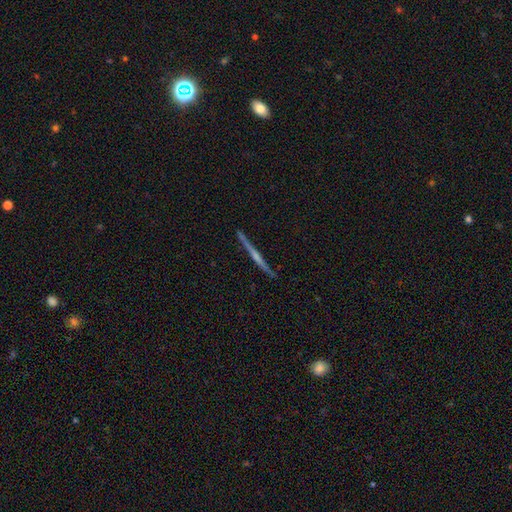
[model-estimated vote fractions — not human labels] A featured or disk galaxy (75%) viewed edge-on (98%) with a rounded central bulge (48%).

Vote fractions:
- Smooth or featured? featured or disk: 75% / smooth: 19% / star or artifact: 6%
- Edge-on disk? yes: 98% / no: 2%
- Edge-on bulge? rounded: 48% / none: 41% / boxy: 11%
- Merging? none: 90% / minor disturbance: 7% / major disturbance: 1% / merger: 1%